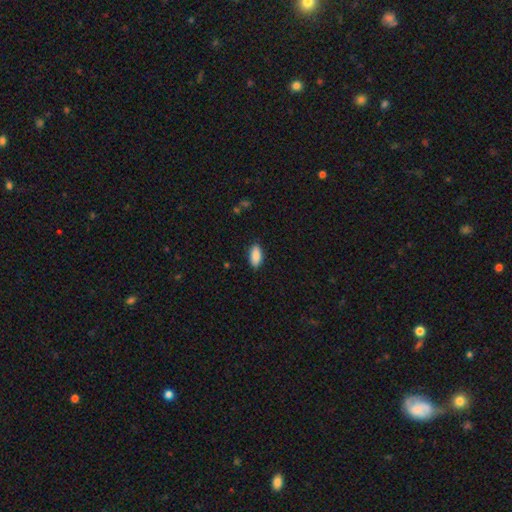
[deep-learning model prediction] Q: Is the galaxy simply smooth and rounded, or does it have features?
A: smooth — 89%.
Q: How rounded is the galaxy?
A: in between — 90%.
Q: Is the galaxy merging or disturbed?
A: none — 87%.